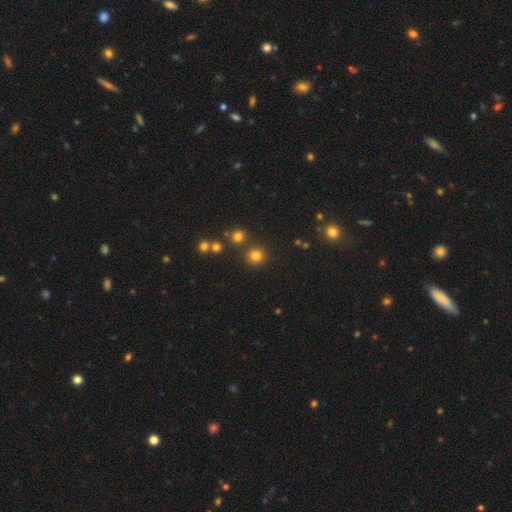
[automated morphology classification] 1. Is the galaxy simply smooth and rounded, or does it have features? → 78% smooth, 16% star or artifact, 5% featured or disk.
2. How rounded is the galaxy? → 92% round, 7% in between, 1% cigar-shaped.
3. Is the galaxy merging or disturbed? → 84% none, 7% merger, 6% minor disturbance, 3% major disturbance.